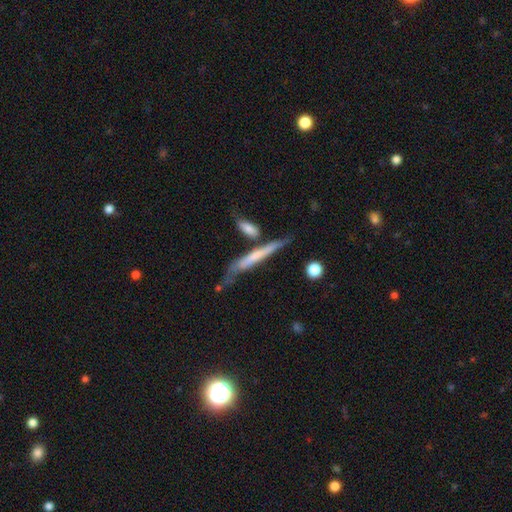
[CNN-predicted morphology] This appears to be a featured or disk galaxy (58%) viewed edge-on (92%) with no central bulge (53%). Merging: none (65%).